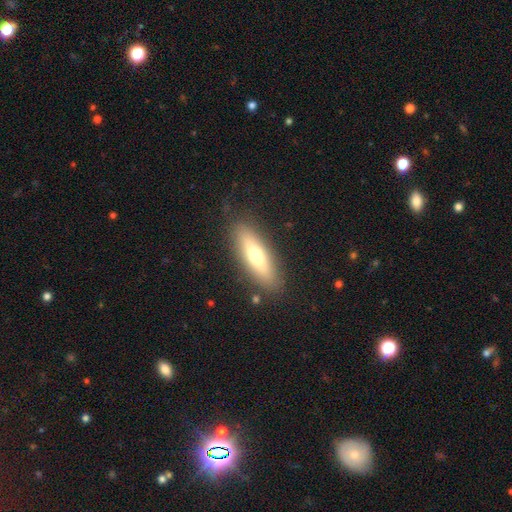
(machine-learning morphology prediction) Smooth or featured? smooth (61%)
How rounded? cigar-shaped (55%)
Merging? none (86%)